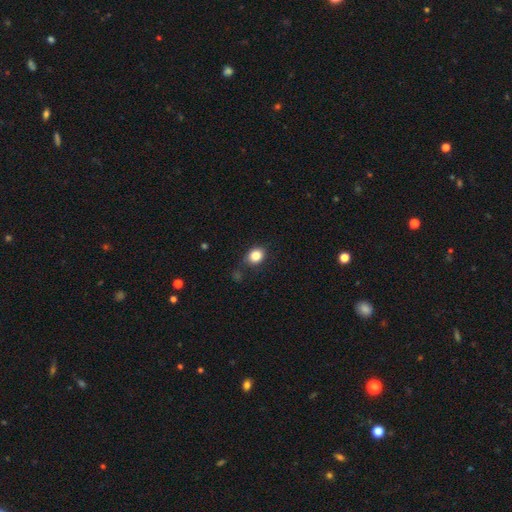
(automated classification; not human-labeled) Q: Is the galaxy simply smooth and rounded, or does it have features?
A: smooth — 84%.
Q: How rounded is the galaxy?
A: round — 57%.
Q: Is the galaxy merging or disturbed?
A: none — 73%.